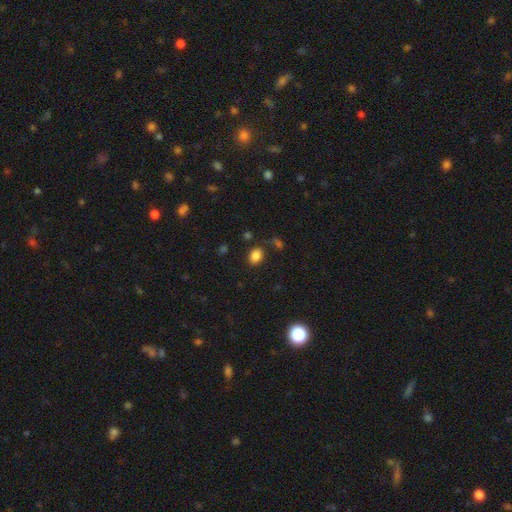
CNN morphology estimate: Q: Smooth or featured?
A: smooth (84%); runner-up: star or artifact (11%)
Q: How rounded?
A: in between (72%); runner-up: round (27%)
Q: Merging?
A: none (80%); runner-up: minor disturbance (11%)